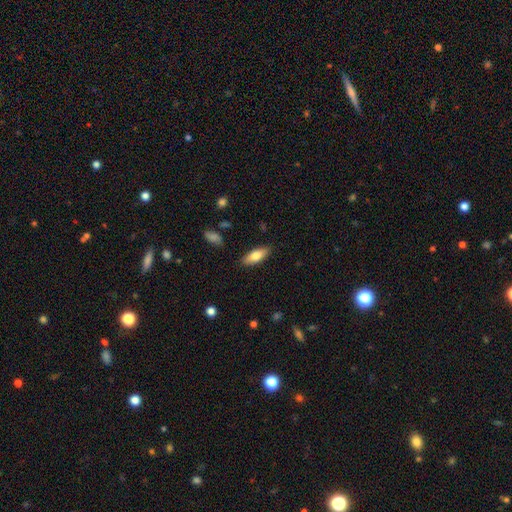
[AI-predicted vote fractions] A smooth galaxy with no disk features (76%) that is in between round and cigar-shaped (70%).

Vote fractions:
- Smooth or featured? smooth: 76% / featured or disk: 18% / star or artifact: 6%
- How rounded? in between: 70% / cigar-shaped: 28% / round: 2%
- Merging? none: 86% / minor disturbance: 11% / major disturbance: 2% / merger: 1%